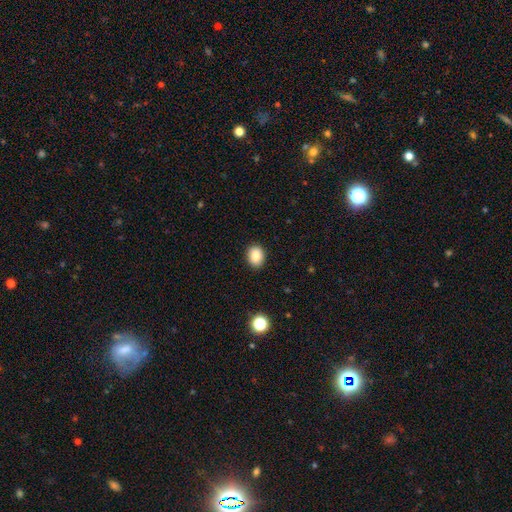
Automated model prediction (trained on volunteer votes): This is clearly a smooth galaxy (86%). How rounded: possibly in between (56%). Merging: clearly none (90%).